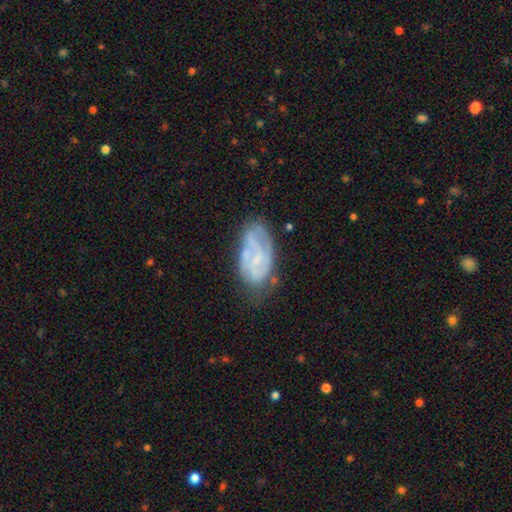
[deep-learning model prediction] Smooth or featured? featured or disk (69%)
Edge-on disk? no (96%)
Bar? no (57%)
Spiral arms? yes (75%)
Spiral winding? tight (49%)
Spiral arm count? can't tell (39%)
Bulge size? small (57%)
Merging? none (57%)